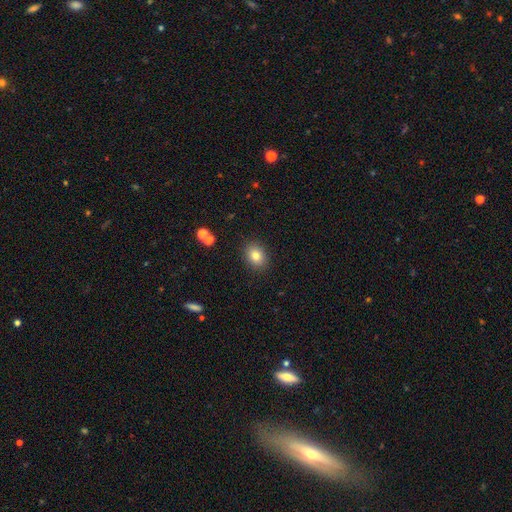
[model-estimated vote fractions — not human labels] Q: Smooth or featured?
A: smooth (79%); runner-up: star or artifact (11%)
Q: How rounded?
A: in between (58%); runner-up: round (41%)
Q: Merging?
A: none (88%); runner-up: minor disturbance (8%)